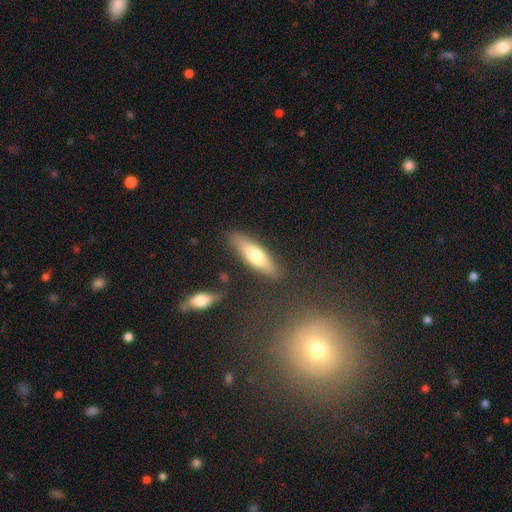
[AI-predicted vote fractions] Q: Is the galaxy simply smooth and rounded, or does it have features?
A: smooth — 62%.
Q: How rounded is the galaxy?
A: cigar-shaped — 64%.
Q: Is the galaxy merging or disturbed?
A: none — 85%.